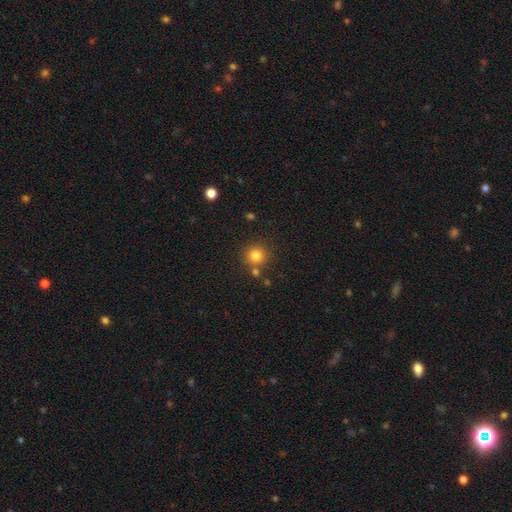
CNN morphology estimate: Smooth or featured?
  - smooth: 80% *
  - star or artifact: 13%
  - featured or disk: 7%
How rounded?
  - round: 93% *
  - in between: 6%
  - cigar-shaped: 1%
Merging?
  - none: 78% *
  - merger: 11%
  - minor disturbance: 8%
  - major disturbance: 3%